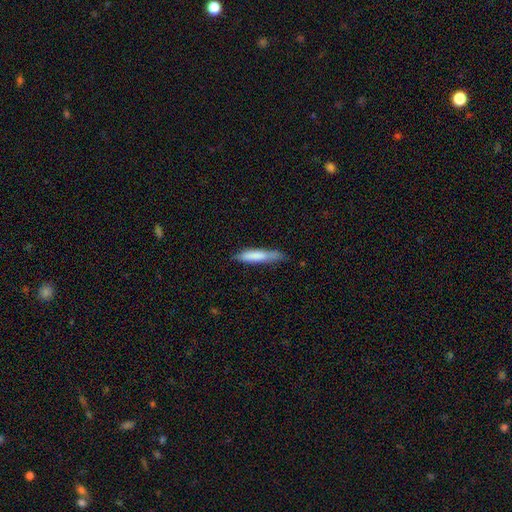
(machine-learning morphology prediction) This is likely a smooth galaxy (76%). How rounded: clearly cigar-shaped (85%). Merging: likely none (70%).